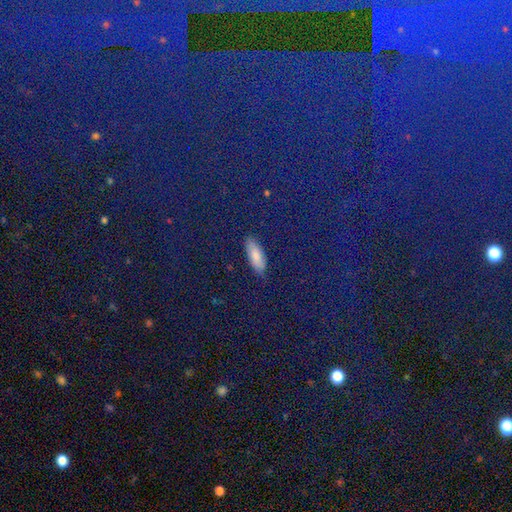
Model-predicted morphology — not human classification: Smooth or featured? star or artifact (47%)